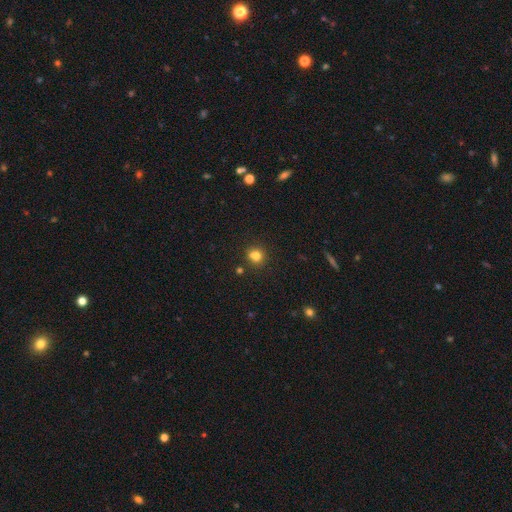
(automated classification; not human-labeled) smooth 78%, star or artifact 14%, featured or disk 8%. Down the decision tree: how rounded — round (82%); merging — none (67%).